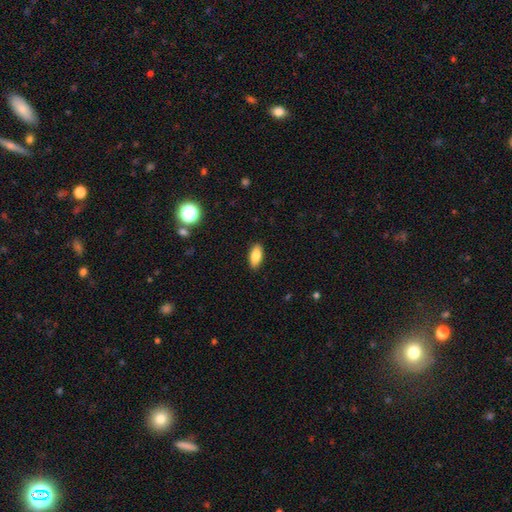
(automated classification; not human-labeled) Smooth or featured? Predicted: smooth (p=0.83). How rounded? Predicted: in between (p=0.85). Merging? Predicted: none (p=0.89).